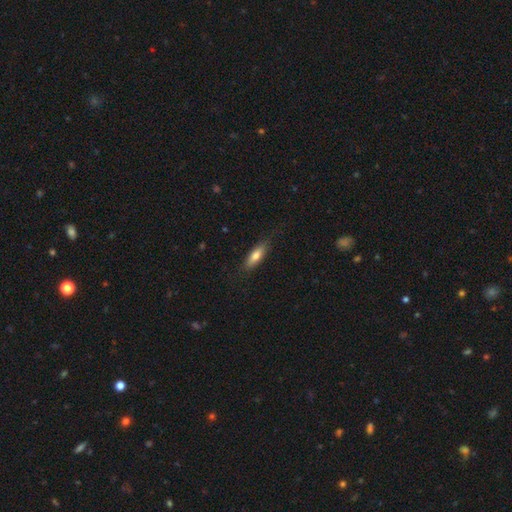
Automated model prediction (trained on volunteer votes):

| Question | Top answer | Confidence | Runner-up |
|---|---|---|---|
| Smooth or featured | smooth | 72% | featured or disk (21%) |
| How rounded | in between | 53% | cigar-shaped (44%) |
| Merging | none | 80% | minor disturbance (15%) |